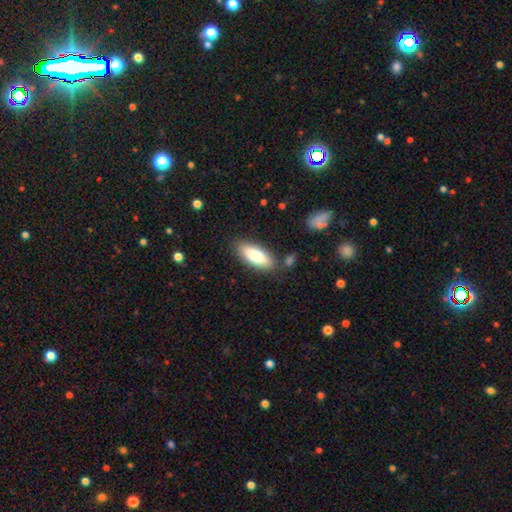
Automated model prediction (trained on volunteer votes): This appears to be a smooth galaxy with no disk features (77%) that is in between round and cigar-shaped (78%). Merging: none (83%).